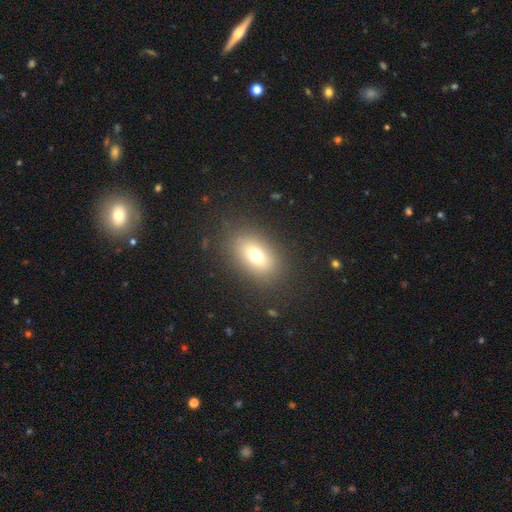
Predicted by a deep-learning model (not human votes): Smooth or featured?
  - smooth: 71% *
  - featured or disk: 15%
  - star or artifact: 13%
How rounded?
  - in between: 78% *
  - round: 19%
  - cigar-shaped: 2%
Merging?
  - none: 84% *
  - minor disturbance: 10%
  - major disturbance: 5%
  - merger: 1%